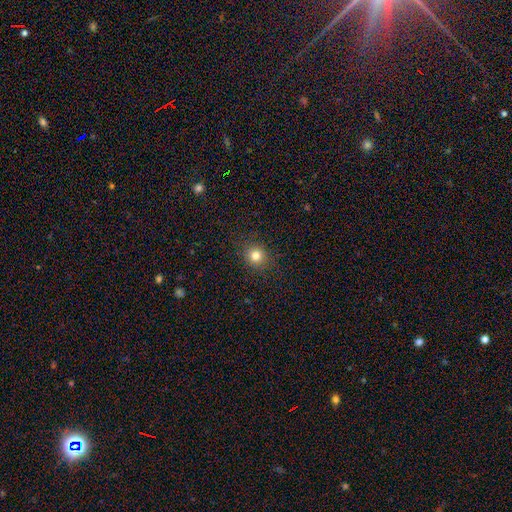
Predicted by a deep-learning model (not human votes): Q: Smooth or featured?
A: smooth (80%); runner-up: star or artifact (14%)
Q: How rounded?
A: round (86%); runner-up: in between (13%)
Q: Merging?
A: none (90%); runner-up: minor disturbance (7%)